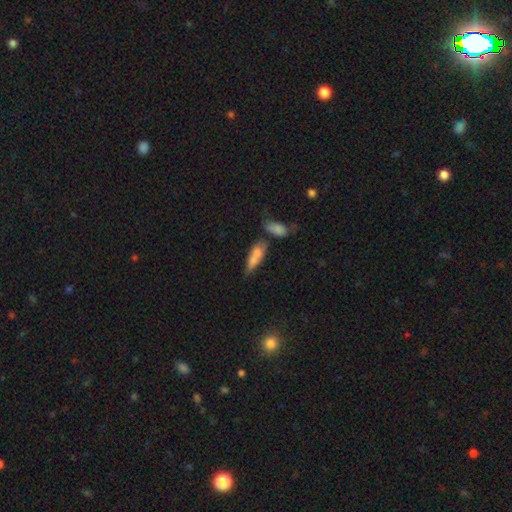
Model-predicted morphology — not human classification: A smooth galaxy with no disk features (73%) that is in between round and cigar-shaped (56%).

Vote fractions:
- Smooth or featured? smooth: 73% / featured or disk: 19% / star or artifact: 8%
- How rounded? in between: 56% / cigar-shaped: 41% / round: 3%
- Merging? none: 35% / merger: 33% / minor disturbance: 22% / major disturbance: 10%